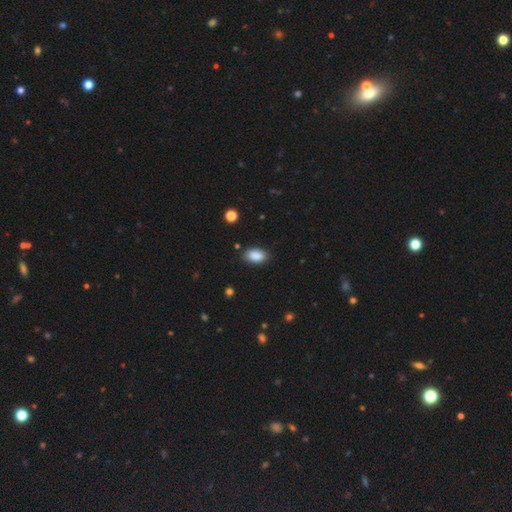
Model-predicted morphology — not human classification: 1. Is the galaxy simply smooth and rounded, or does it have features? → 88% smooth, 8% star or artifact, 4% featured or disk.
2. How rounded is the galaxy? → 92% in between, 5% round, 2% cigar-shaped.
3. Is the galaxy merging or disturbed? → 84% none, 12% minor disturbance, 2% major disturbance, 2% merger.